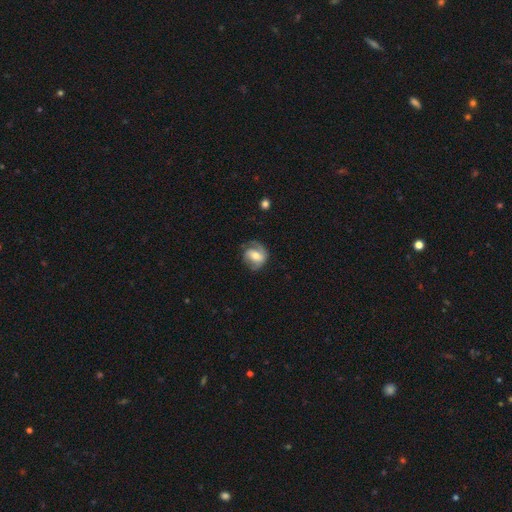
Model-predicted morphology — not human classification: Smooth or featured: featured or disk — 59% (smooth — 34%)
Edge-on disk: no — 96% (yes — 4%)
Bar: weak — 40% (no — 33%)
Spiral arms: yes — 81% (no — 19%)
Bulge size: moderate — 62% (small — 24%)
Merging: none — 57% (minor disturbance — 24%)